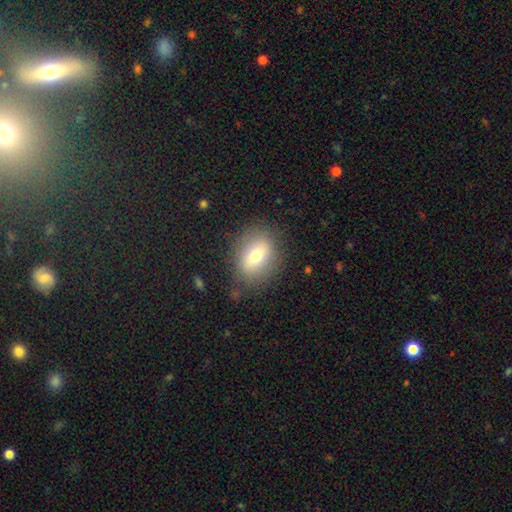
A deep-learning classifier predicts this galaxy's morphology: type=smooth (70%); roundness=in between (61%); merging=none (80%).